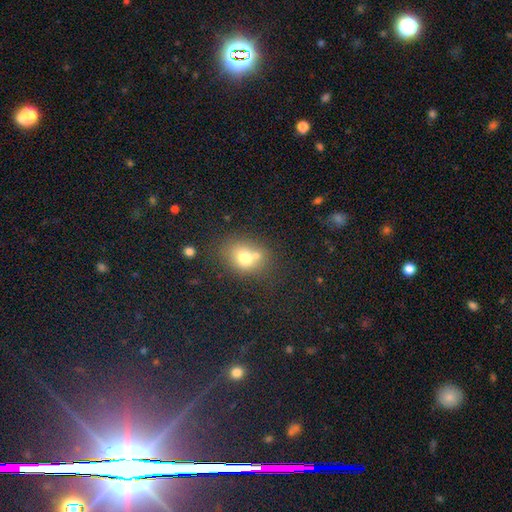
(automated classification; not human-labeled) Smooth or featured? smooth (64%)
How rounded? round (56%)
Merging? none (50%)